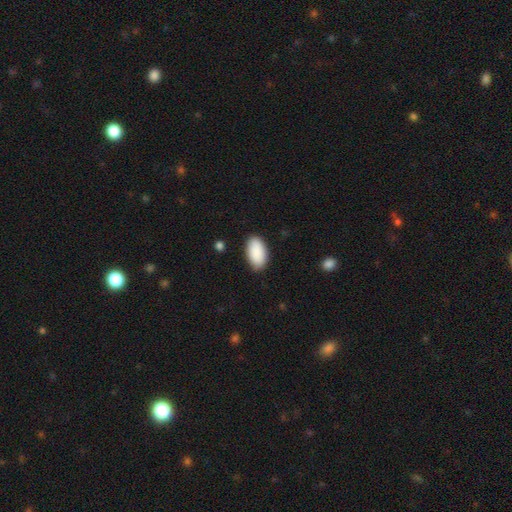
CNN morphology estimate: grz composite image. It shows a smooth galaxy with no disk features (91%) that is in between round and cigar-shaped (95%). Merging: none (86%).